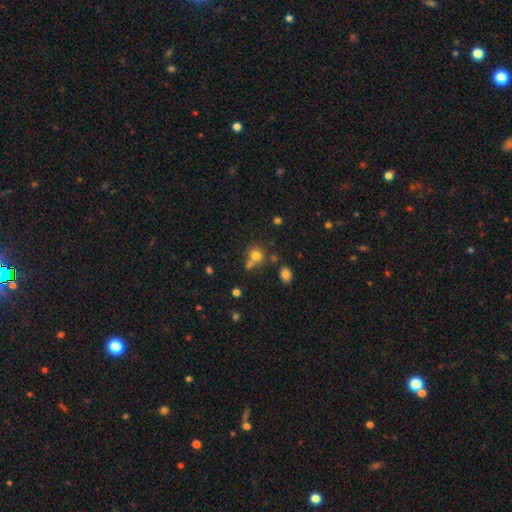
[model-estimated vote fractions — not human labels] Smooth or featured?
  - smooth: 74% *
  - star or artifact: 15%
  - featured or disk: 10%
How rounded?
  - round: 78% *
  - in between: 21%
  - cigar-shaped: 1%
Merging?
  - none: 52% *
  - merger: 27%
  - minor disturbance: 14%
  - major disturbance: 7%